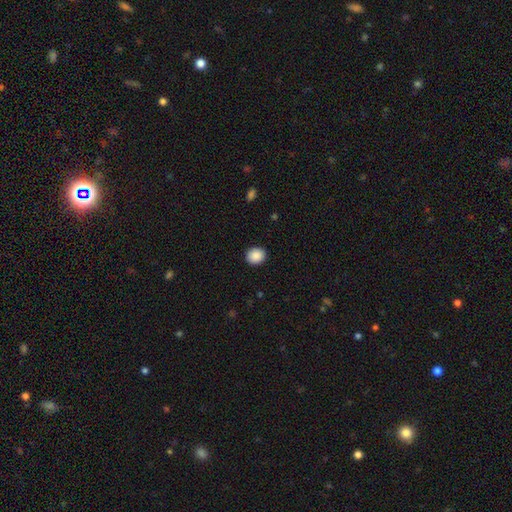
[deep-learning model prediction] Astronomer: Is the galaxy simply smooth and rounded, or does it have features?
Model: smooth — 89%.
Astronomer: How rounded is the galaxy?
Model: round — 69%.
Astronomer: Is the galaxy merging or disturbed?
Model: none — 91%.